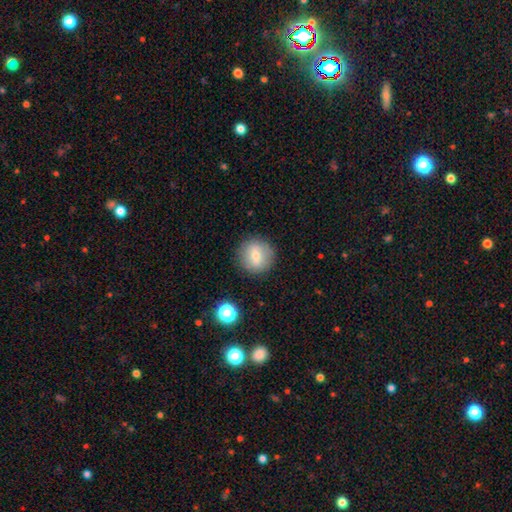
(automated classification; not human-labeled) Q: Smooth or featured?
A: smooth (69%); runner-up: featured or disk (21%)
Q: How rounded?
A: round (92%); runner-up: in between (7%)
Q: Merging?
A: none (87%); runner-up: minor disturbance (9%)